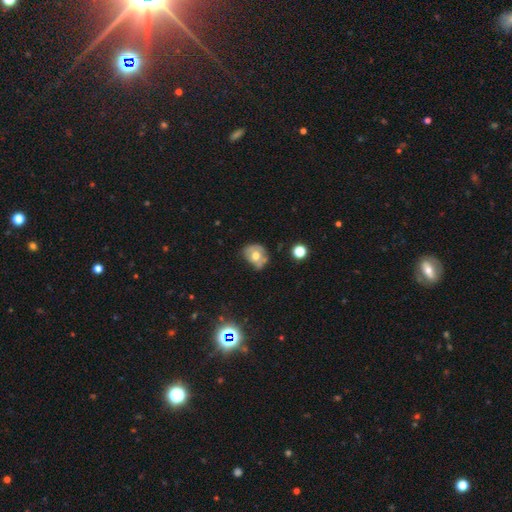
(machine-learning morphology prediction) Smooth or featured? Predicted: smooth (p=0.50). How rounded? Predicted: round (p=0.58). Merging? Predicted: none (p=0.41).